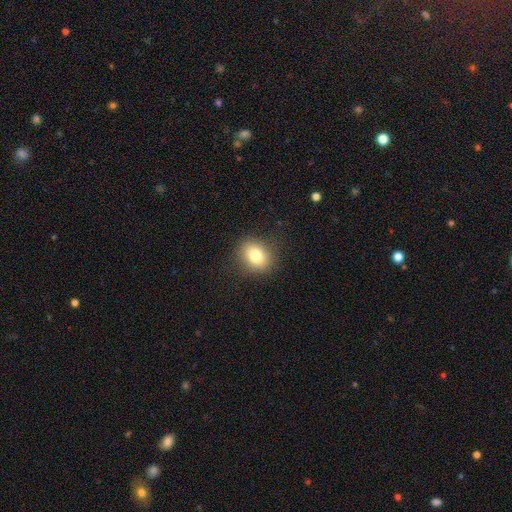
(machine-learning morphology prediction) A smooth galaxy with no disk features (78%) that is round (54%). Merging: none (87%).